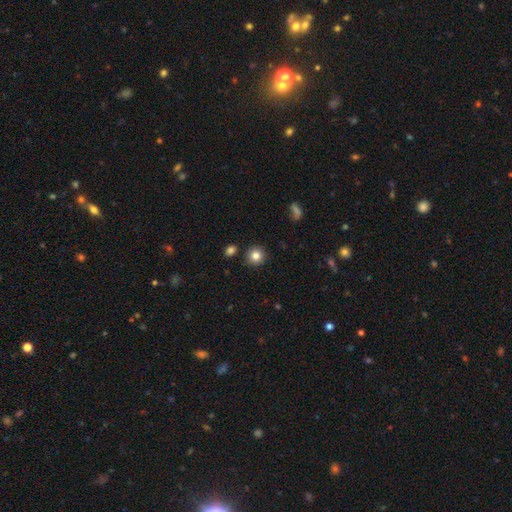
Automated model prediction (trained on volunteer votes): This is clearly a smooth galaxy (83%). How rounded: clearly round (93%). Merging: clearly none (89%).